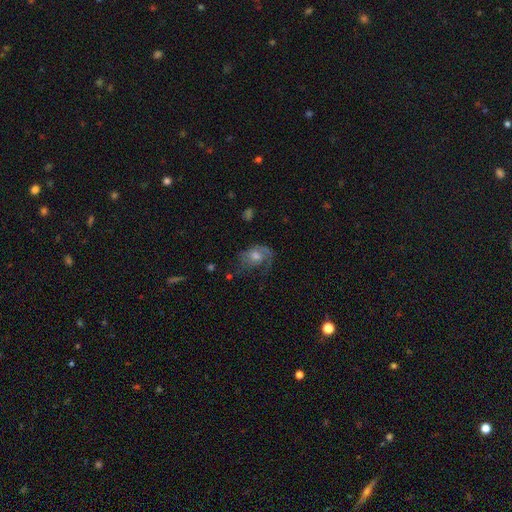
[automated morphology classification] Smooth or featured? Predicted: featured or disk (p=0.65). Edge-on disk? Predicted: no (p=0.96). Bar? Predicted: no (p=0.76). Spiral arms? Predicted: yes (p=0.83). Spiral winding? Predicted: medium (p=0.40). Spiral arm count? Predicted: 1 (p=0.53). Bulge size? Predicted: moderate (p=0.62). Merging? Predicted: none (p=0.47).